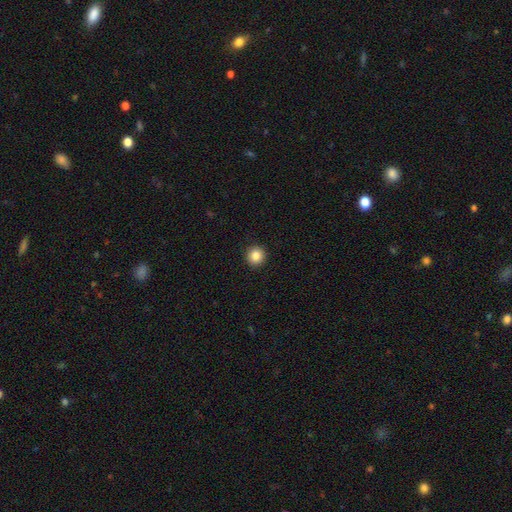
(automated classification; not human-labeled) The model was most divided on "smooth or featured": smooth: 85%, star or artifact: 10%, featured or disk: 5%. More confident: how rounded — round (95%); merging — none (93%).